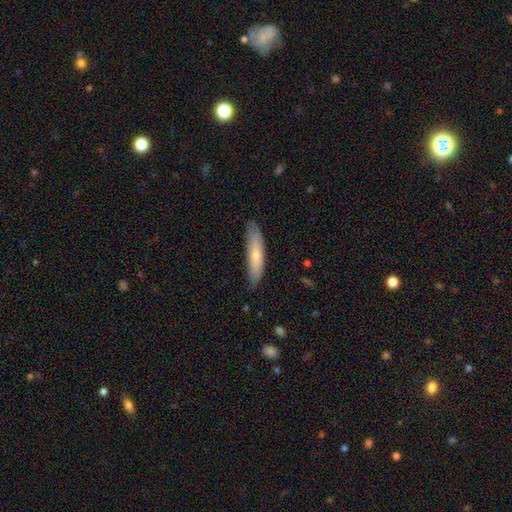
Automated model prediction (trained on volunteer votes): The model was most divided on "smooth or featured": smooth: 65%, featured or disk: 29%, star or artifact: 6%. More confident: merging — none (80%); how rounded — cigar-shaped (77%).